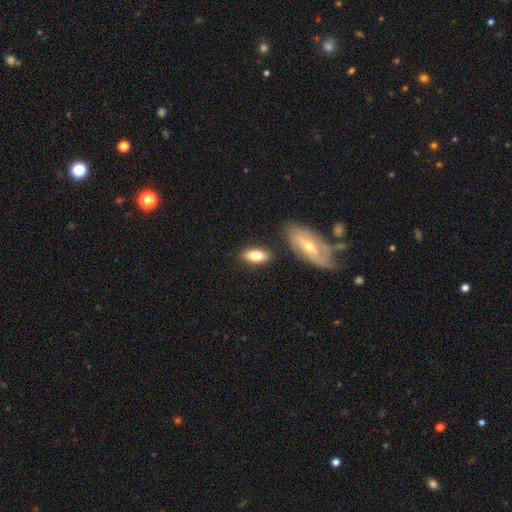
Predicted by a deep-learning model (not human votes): smooth 71%, featured or disk 22%, star or artifact 6%. Down the decision tree: how rounded — in between (81%); merging — none (80%).